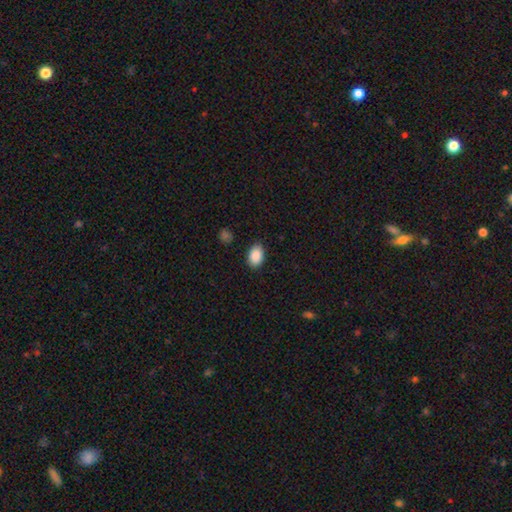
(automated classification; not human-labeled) This appears to be a smooth galaxy with no disk features (89%) that is in between round and cigar-shaped (87%). Merging: none (86%).